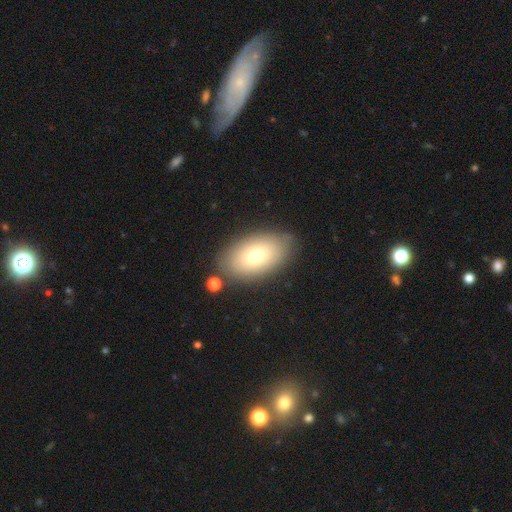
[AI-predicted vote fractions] smooth 73%, featured or disk 19%, star or artifact 8%. Down the decision tree: how rounded — in between (92%); merging — none (80%).